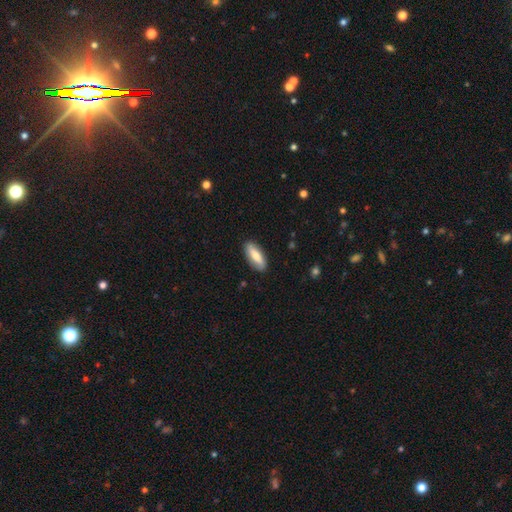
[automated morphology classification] The model was most divided on "smooth or featured": smooth: 65%, featured or disk: 30%, star or artifact: 6%. More confident: merging — none (87%); how rounded — in between (71%).